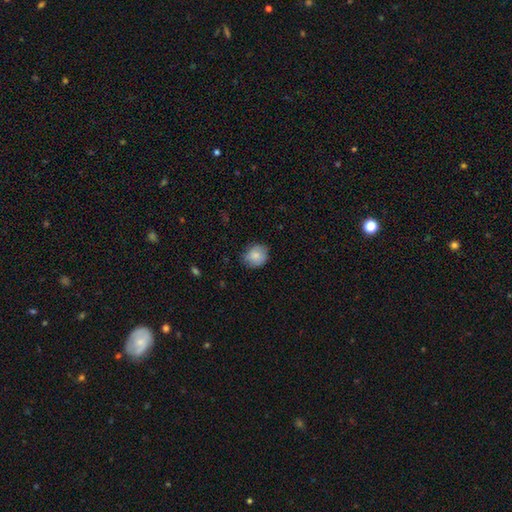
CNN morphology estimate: A smooth galaxy with no disk features (84%) that is round (78%). Merging: none (76%).